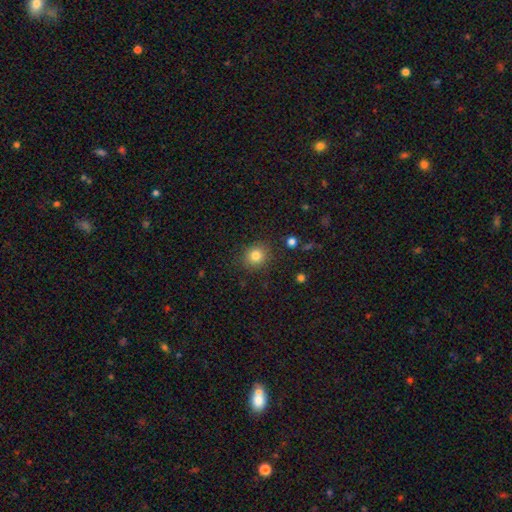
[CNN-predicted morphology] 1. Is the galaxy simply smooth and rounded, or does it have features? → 82% smooth, 12% star or artifact, 6% featured or disk.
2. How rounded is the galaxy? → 86% round, 13% in between, 1% cigar-shaped.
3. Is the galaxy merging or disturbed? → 88% none, 8% minor disturbance, 3% major disturbance, 2% merger.